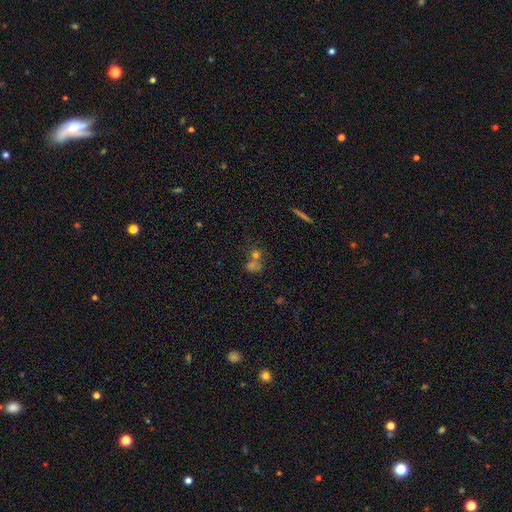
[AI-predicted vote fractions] Smooth or featured? Predicted: smooth (p=0.58). How rounded? Predicted: round (p=0.73). Merging? Predicted: merger (p=0.52).